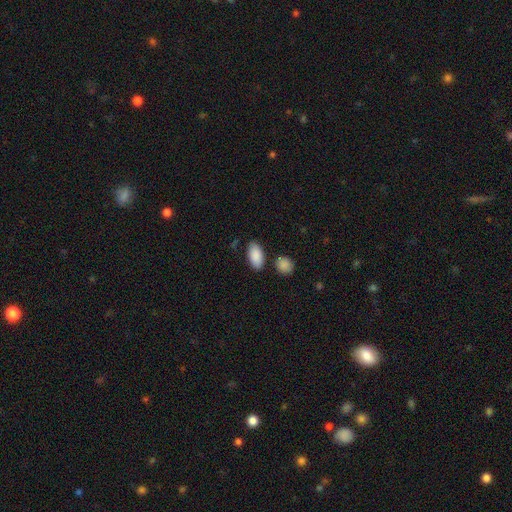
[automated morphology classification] A smooth galaxy with no disk features (90%) that is in between round and cigar-shaped (94%).

Vote fractions:
- Smooth or featured? smooth: 90% / star or artifact: 6% / featured or disk: 4%
- How rounded? in between: 94% / round: 3% / cigar-shaped: 3%
- Merging? none: 80% / minor disturbance: 12% / merger: 5% / major disturbance: 3%